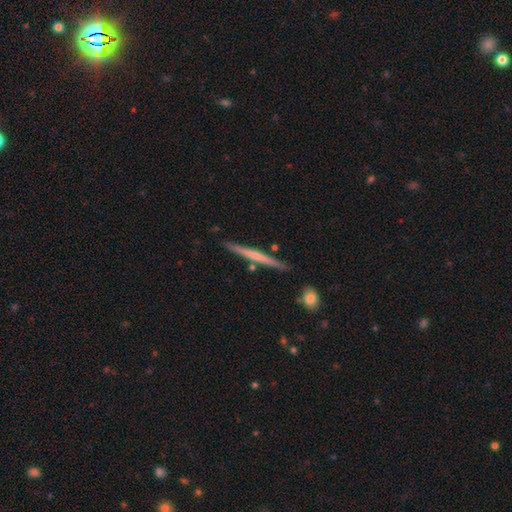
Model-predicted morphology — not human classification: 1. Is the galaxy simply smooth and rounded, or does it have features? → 51% featured or disk, 43% smooth, 5% star or artifact.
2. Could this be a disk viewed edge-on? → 97% yes, 3% no.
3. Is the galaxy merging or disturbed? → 87% none, 9% minor disturbance, 3% merger, 2% major disturbance.